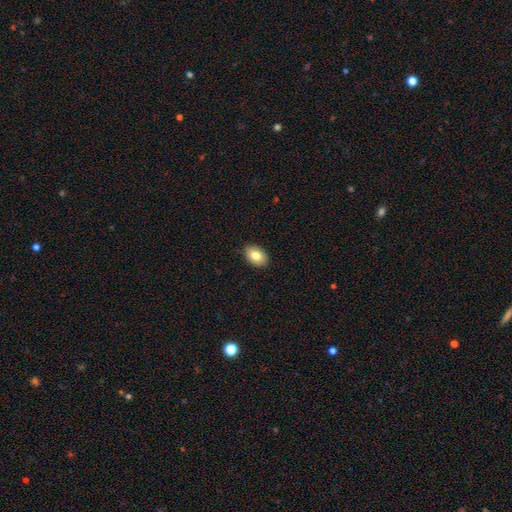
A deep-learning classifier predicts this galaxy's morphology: smooth_or_featured: smooth (p=0.82) [alt: featured or disk p=0.11]
how_rounded: in between (p=0.85) [alt: round p=0.14]
merging: none (p=0.90) [alt: minor disturbance p=0.08]